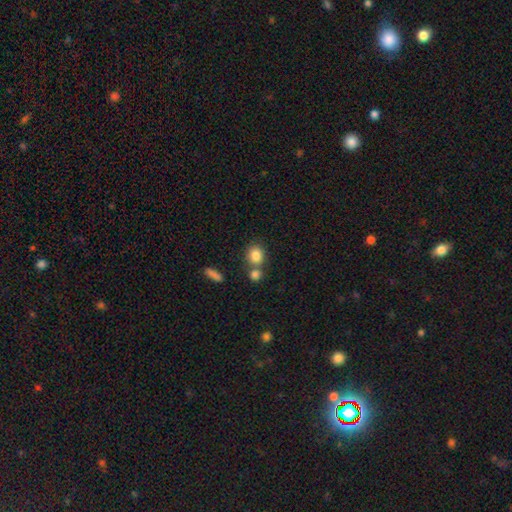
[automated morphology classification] Smooth or featured? Predicted: smooth (p=0.83). How rounded? Predicted: round (p=0.72). Merging? Predicted: none (p=0.57).